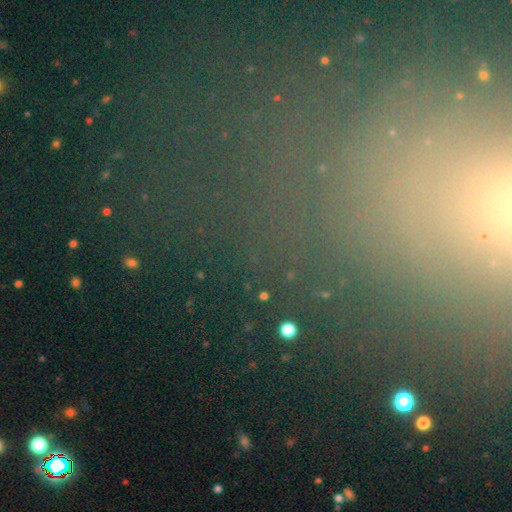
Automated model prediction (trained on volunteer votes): The model was most divided on "smooth or featured": star or artifact: 68%, smooth: 19%, featured or disk: 13%.